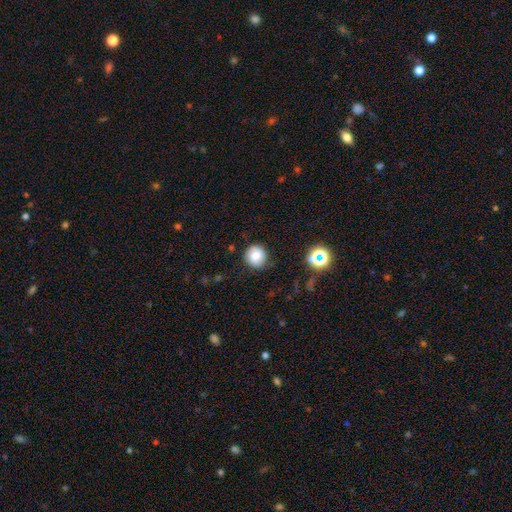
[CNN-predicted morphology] type=smooth (75%); roundness=round (92%); merging=none (81%).